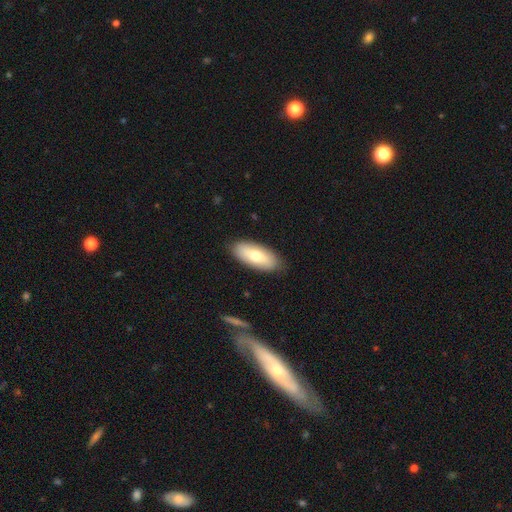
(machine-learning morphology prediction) Overall: smooth (70%). How rounded: in between (86%). Merging: none (86%).